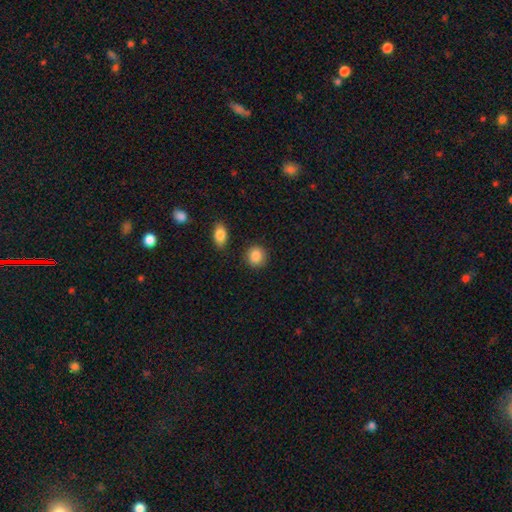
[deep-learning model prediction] Q: Smooth or featured?
A: smooth (88%); runner-up: star or artifact (8%)
Q: How rounded?
A: round (83%); runner-up: in between (16%)
Q: Merging?
A: none (88%); runner-up: minor disturbance (8%)